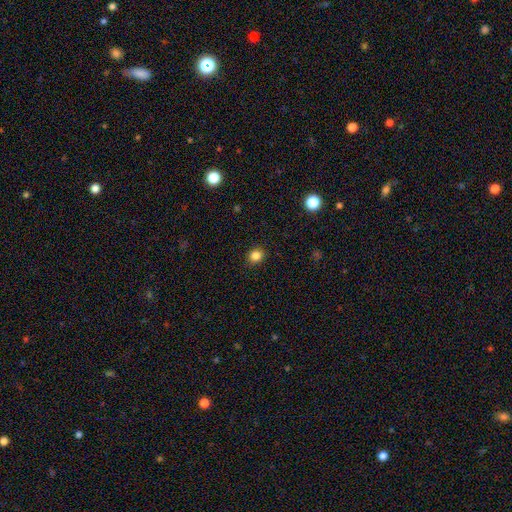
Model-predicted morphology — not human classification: This is clearly a smooth galaxy (84%). How rounded: likely round (78%). Merging: clearly none (89%).